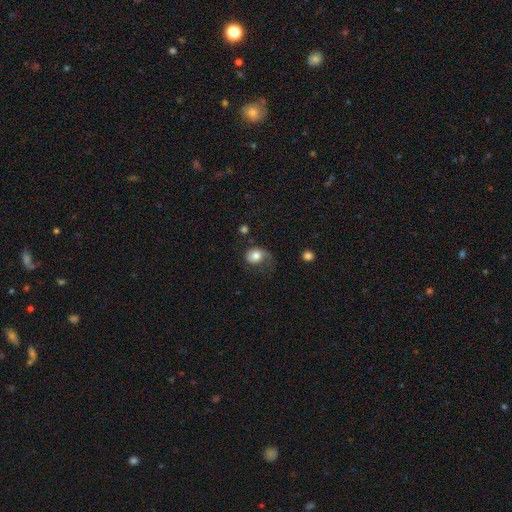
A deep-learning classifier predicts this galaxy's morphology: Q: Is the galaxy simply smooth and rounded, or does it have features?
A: smooth — 66%.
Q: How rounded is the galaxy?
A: round — 54%.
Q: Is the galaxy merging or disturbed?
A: major disturbance — 37%.